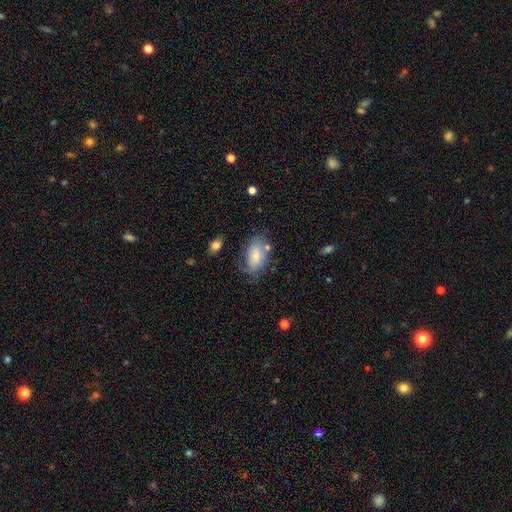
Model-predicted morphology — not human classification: This appears to be a smooth galaxy with no disk features (68%) that is in between round and cigar-shaped (92%). Merging: none (51%).